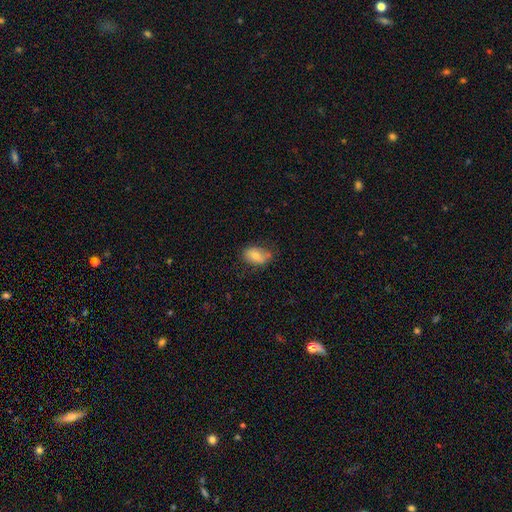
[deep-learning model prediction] This is likely a smooth galaxy (75%). How rounded: clearly in between (88%). Merging: likely none (66%).